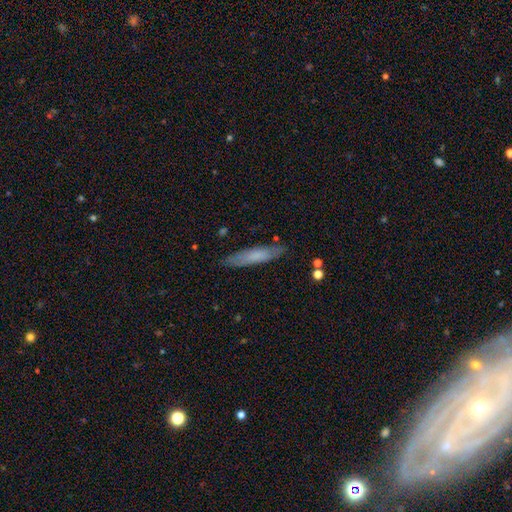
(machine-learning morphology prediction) smooth-or-featured: smooth: 68% | featured or disk: 26% | star or artifact: 7%
  how-rounded: cigar-shaped: 83% | in between: 16% | round: 1%
  merging: none: 84% | minor disturbance: 12% | major disturbance: 2% | merger: 1%